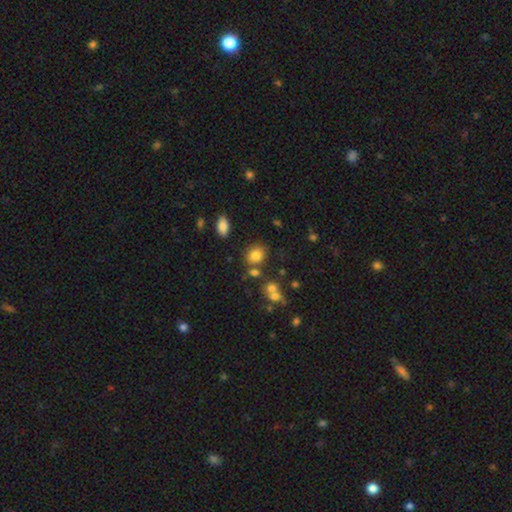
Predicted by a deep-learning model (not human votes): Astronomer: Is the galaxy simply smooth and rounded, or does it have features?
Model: smooth — 80%.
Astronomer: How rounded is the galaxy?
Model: round — 56% (runner-up: in between, 43%).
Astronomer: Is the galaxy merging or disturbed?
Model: none — 70%.